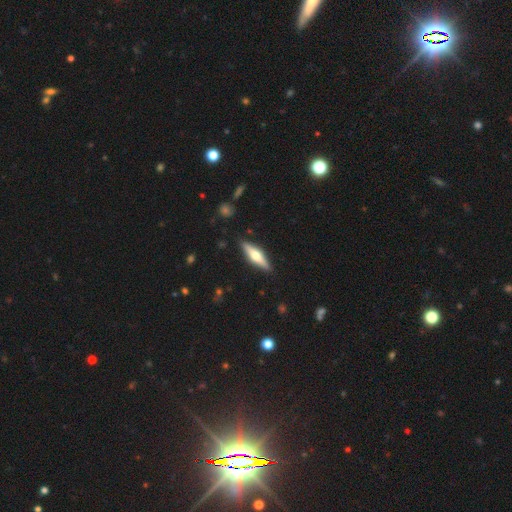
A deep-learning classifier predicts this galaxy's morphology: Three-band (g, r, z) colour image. It shows a featured or disk galaxy (58%) viewed edge-on (95%) with a rounded central bulge (93%). Merging: none (89%).